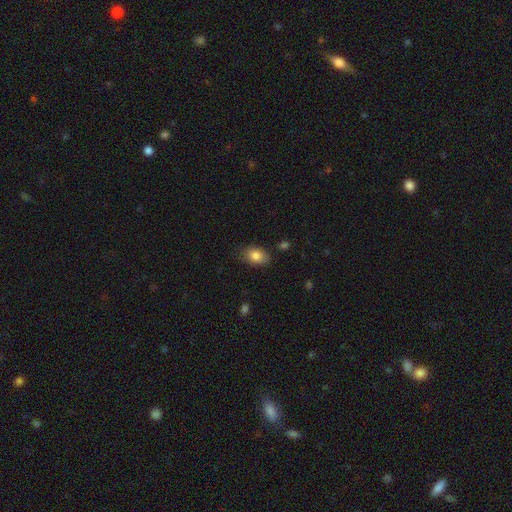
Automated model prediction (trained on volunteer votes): Smooth or featured? Predicted: smooth (p=0.83). How rounded? Predicted: in between (p=0.86). Merging? Predicted: none (p=0.79).